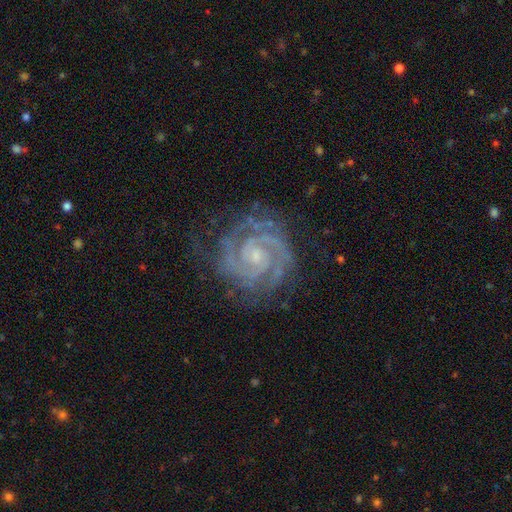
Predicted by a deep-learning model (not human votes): smooth-or-featured: featured or disk: 92% | star or artifact: 5% | smooth: 3%
  disk-edge-on: no: 98% | yes: 2%
    bar: no: 61% | weak: 29% | strong: 11%
    has-spiral-arms: yes: 99% | no: 1%
      spiral-winding: tight: 78% | medium: 20% | loose: 2%
      spiral-arm-count: 2: 68% | 3: 15% | can't tell: 6% | 4: 5% | more than 4: 3% | 1: 3%
    bulge-size: small: 74% | moderate: 20% | none: 5% | large: 1% | dominant: 1%
  merging: none: 76% | minor disturbance: 17% | major disturbance: 6% | merger: 1%